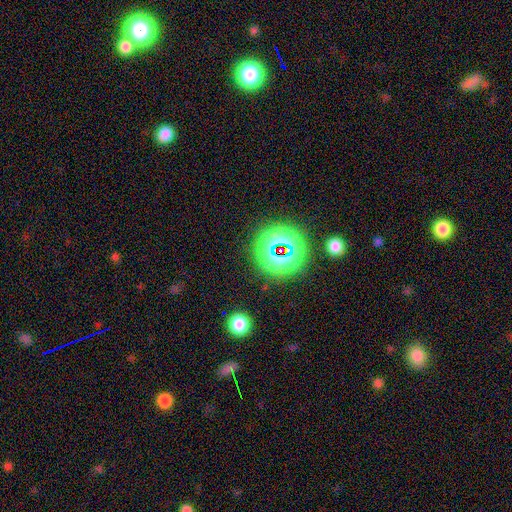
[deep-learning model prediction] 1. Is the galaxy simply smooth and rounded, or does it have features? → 71% star or artifact, 21% smooth, 9% featured or disk.